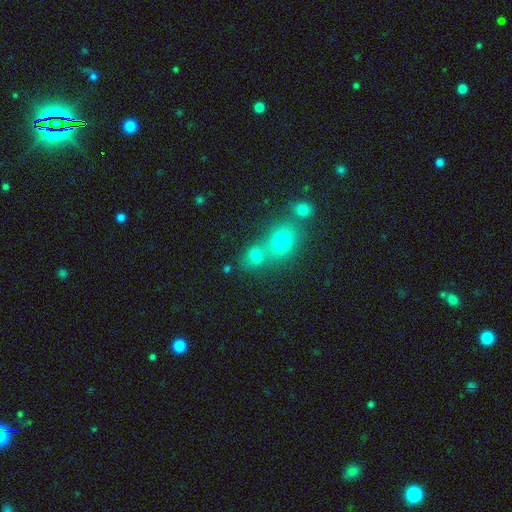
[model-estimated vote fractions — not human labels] Smooth or featured: smooth — 70% (star or artifact — 18%)
How rounded: round — 49% (in between — 48%)
Merging: merger — 48% (none — 40%)